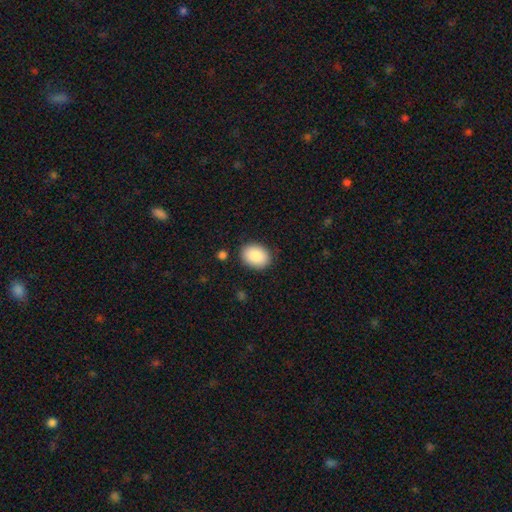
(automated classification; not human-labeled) A smooth galaxy with no disk features (89%) that is in between round and cigar-shaped (68%).

Vote fractions:
- Smooth or featured? smooth: 89% / star or artifact: 7% / featured or disk: 4%
- How rounded? in between: 68% / round: 32% / cigar-shaped: 1%
- Merging? none: 87% / minor disturbance: 9% / major disturbance: 2% / merger: 2%